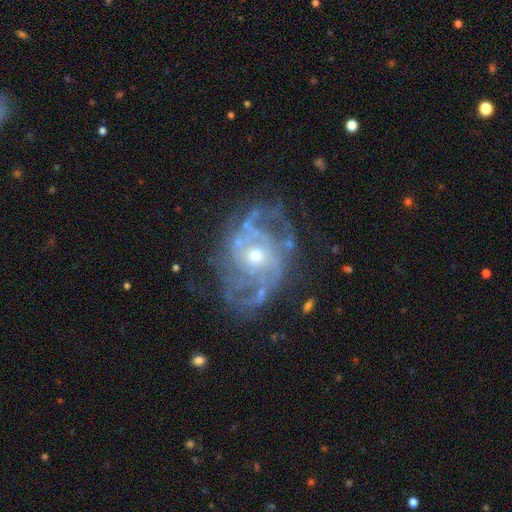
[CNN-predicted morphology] Q: Smooth or featured?
A: featured or disk (88%); runner-up: star or artifact (7%)
Q: Edge-on disk?
A: no (97%); runner-up: yes (3%)
Q: Bar?
A: no (68%); runner-up: weak (25%)
Q: Spiral arms?
A: yes (92%); runner-up: no (8%)
Q: Spiral winding?
A: tight (44%); runner-up: medium (41%)
Q: Spiral arm count?
A: 2 (35%); runner-up: can't tell (27%)
Q: Bulge size?
A: moderate (56%); runner-up: small (40%)
Q: Merging?
A: none (68%); runner-up: minor disturbance (18%)